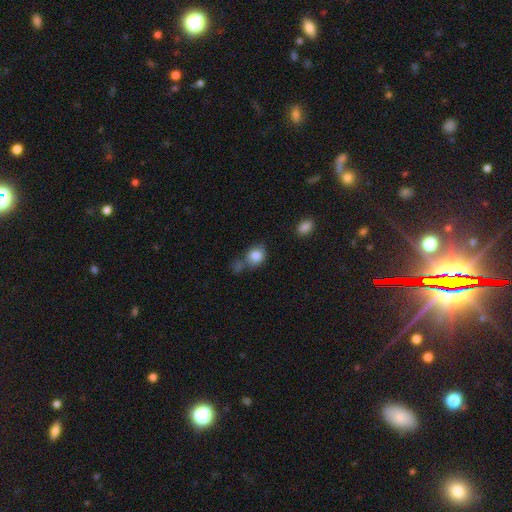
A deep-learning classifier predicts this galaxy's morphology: type=smooth (84%); roundness=in between (51%); merging=none (50%).